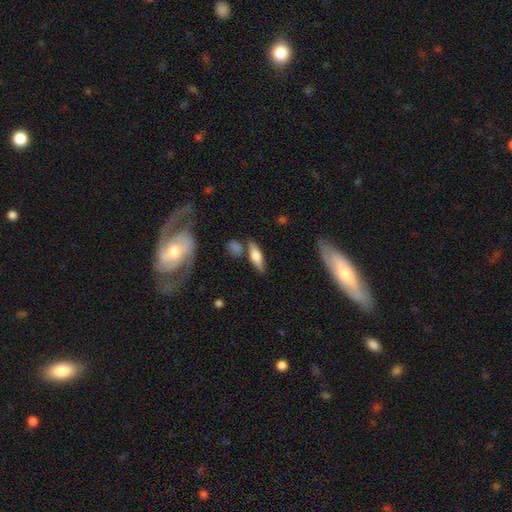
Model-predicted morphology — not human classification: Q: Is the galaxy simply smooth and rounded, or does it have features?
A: smooth — 54%.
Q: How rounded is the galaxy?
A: in between — 51%.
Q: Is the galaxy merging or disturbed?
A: none — 72%.